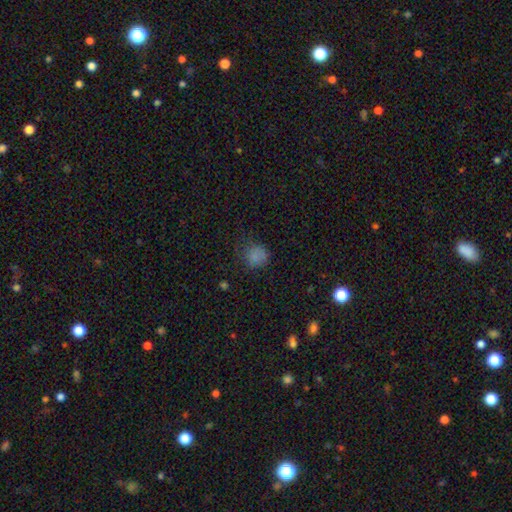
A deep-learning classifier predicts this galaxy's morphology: Q: Smooth or featured?
A: smooth (78%); runner-up: star or artifact (16%)
Q: How rounded?
A: round (85%); runner-up: in between (14%)
Q: Merging?
A: none (68%); runner-up: minor disturbance (21%)